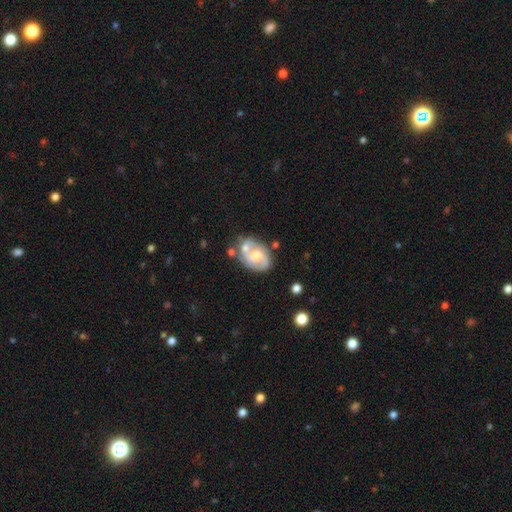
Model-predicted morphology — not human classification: This appears to be a featured or disk galaxy (78%) with no bar (46%), 2 (82%) medium (52%) spiral arms (91%) and a moderate central bulge (60%). Merging: none (56%).